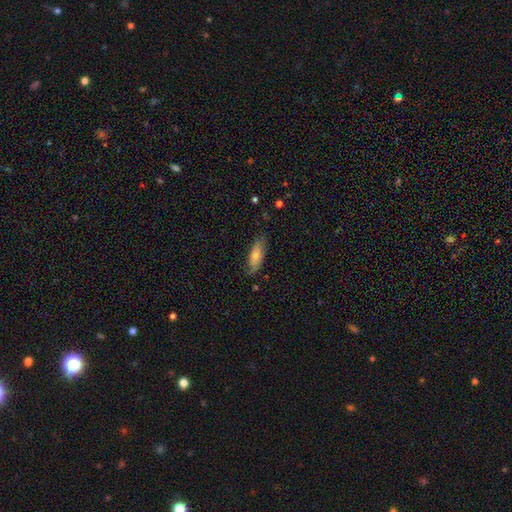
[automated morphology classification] smooth 60%, featured or disk 34%, star or artifact 6%. Down the decision tree: how rounded — in between (72%); merging — none (67%).